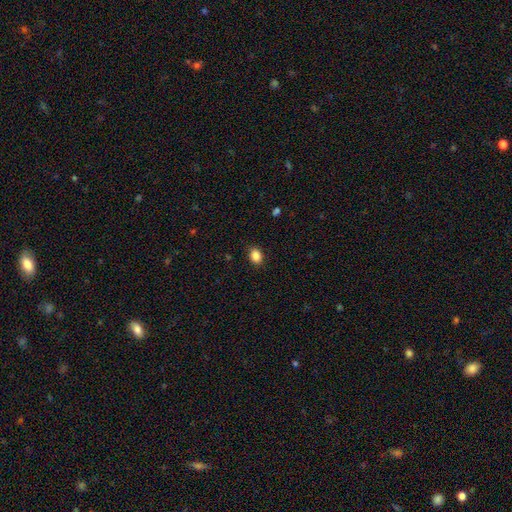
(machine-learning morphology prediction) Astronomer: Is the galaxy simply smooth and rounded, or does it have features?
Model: smooth — 87%.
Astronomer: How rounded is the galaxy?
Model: in between — 66%.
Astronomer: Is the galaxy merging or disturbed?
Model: none — 87%.